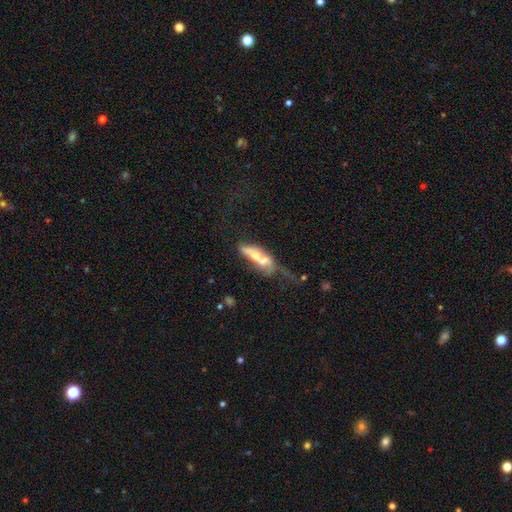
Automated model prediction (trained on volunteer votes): Q: Smooth or featured?
A: featured or disk (51%); runner-up: smooth (40%)
Q: Edge-on disk?
A: no (69%); runner-up: yes (31%)
Q: Merging?
A: merger (59%); runner-up: major disturbance (16%)